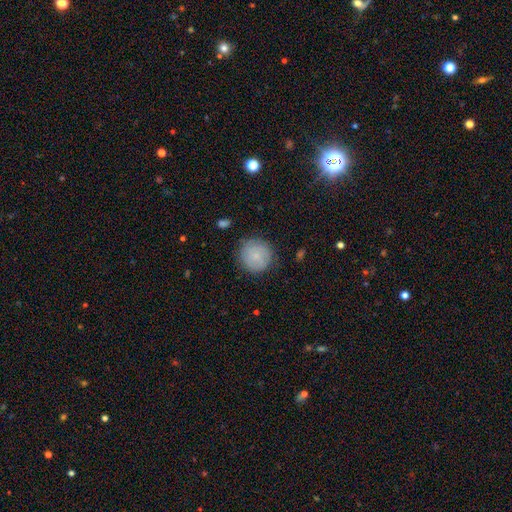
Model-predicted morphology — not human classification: This is likely a smooth galaxy (77%). How rounded: clearly round (92%). Merging: clearly none (81%).